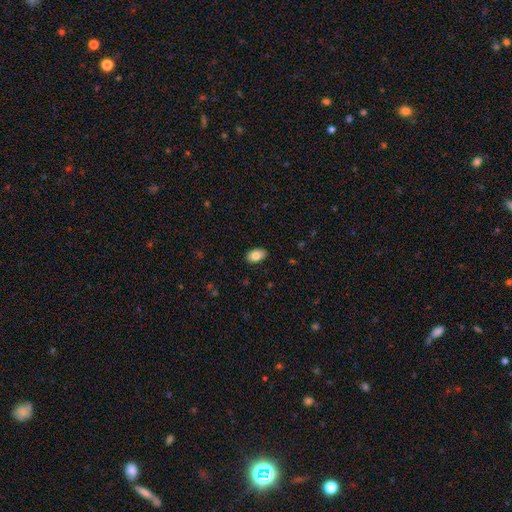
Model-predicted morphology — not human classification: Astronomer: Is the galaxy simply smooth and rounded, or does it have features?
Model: smooth — 82%.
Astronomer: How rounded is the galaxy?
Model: in between — 91%.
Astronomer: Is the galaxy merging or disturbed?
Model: none — 87%.